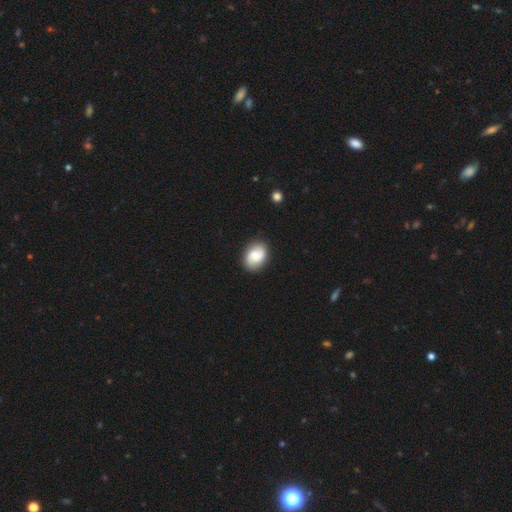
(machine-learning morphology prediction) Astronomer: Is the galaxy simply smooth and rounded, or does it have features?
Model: smooth — 56% (runner-up: featured or disk, 36%).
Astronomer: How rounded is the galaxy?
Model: in between — 66%.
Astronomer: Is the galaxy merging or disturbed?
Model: none — 85%.